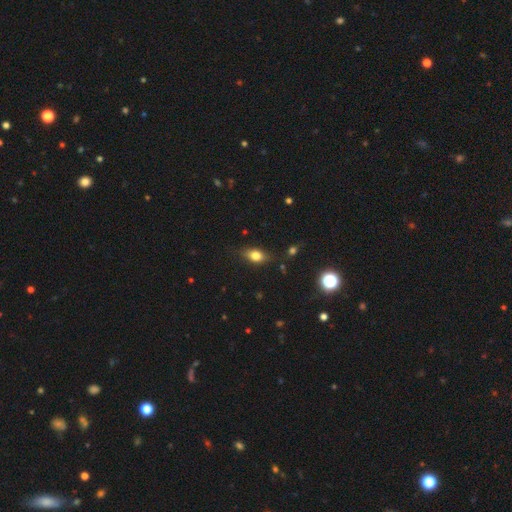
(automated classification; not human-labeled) Smooth or featured: smooth — 75% (featured or disk — 15%)
How rounded: in between — 79% (round — 14%)
Merging: none — 77% (minor disturbance — 16%)